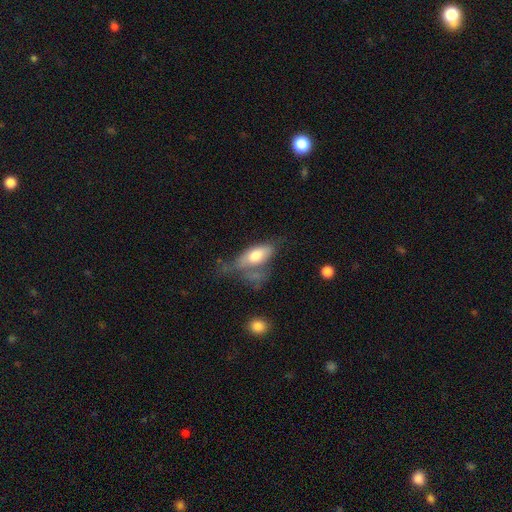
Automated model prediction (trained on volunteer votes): Smooth or featured? Predicted: smooth (p=0.67). How rounded? Predicted: in between (p=0.84). Merging? Predicted: none (p=0.31).